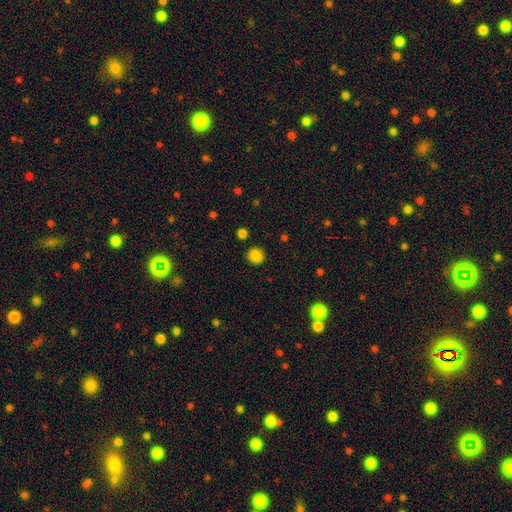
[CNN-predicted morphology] Overall: smooth (85%). How rounded: round (88%). Merging: none (88%).